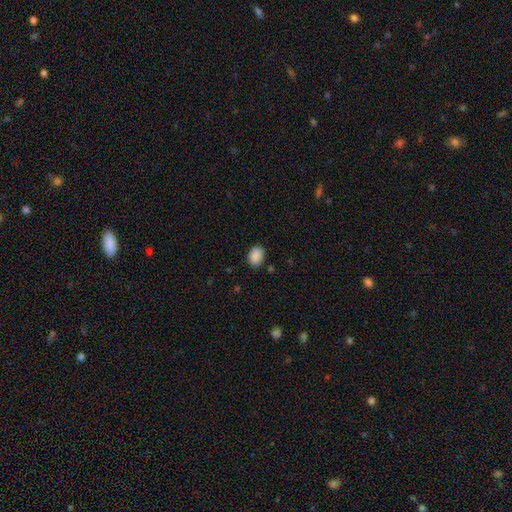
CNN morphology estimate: type=smooth (89%); roundness=in between (73%); merging=none (85%).